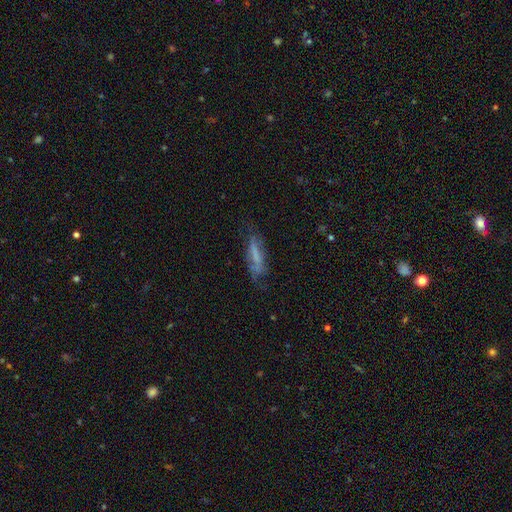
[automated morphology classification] Smooth or featured?
  - smooth: 47% *
  - featured or disk: 42%
  - star or artifact: 10%
Merging?
  - none: 56% *
  - minor disturbance: 26%
  - major disturbance: 15%
  - merger: 3%